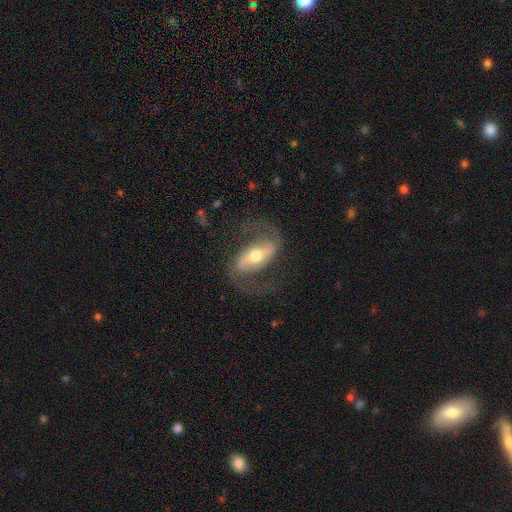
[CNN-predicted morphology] featured or disk 84%, smooth 11%, star or artifact 5%. Down the decision tree: edge-on disk — no (95%); bar — strong (47%); spiral arms — yes (93%); spiral arm count — 2 (92%); spiral winding — medium (45%); bulge size — moderate (66%); merging — none (72%).